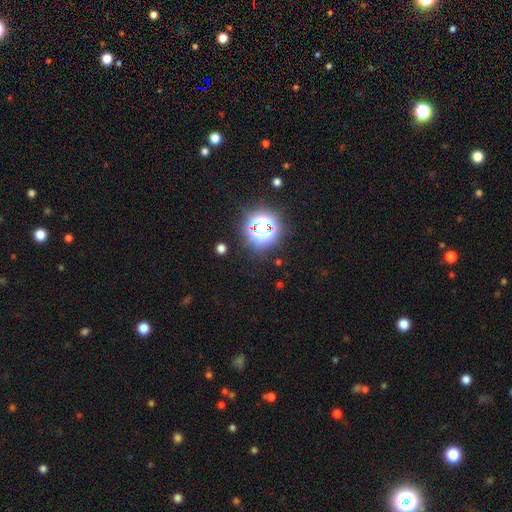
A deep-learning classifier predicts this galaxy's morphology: Smooth or featured?
  - star or artifact: 78% *
  - smooth: 15%
  - featured or disk: 6%